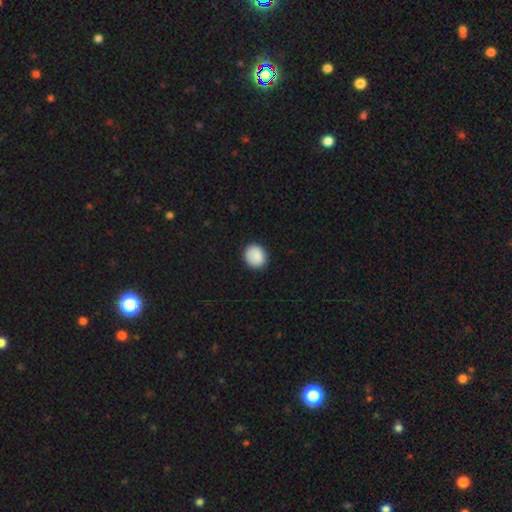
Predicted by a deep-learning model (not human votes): A smooth galaxy with no disk features (89%) that is round (72%).

Vote fractions:
- Smooth or featured? smooth: 89% / star or artifact: 7% / featured or disk: 4%
- How rounded? round: 72% / in between: 27% / cigar-shaped: 1%
- Merging? none: 87% / minor disturbance: 10% / major disturbance: 2% / merger: 1%